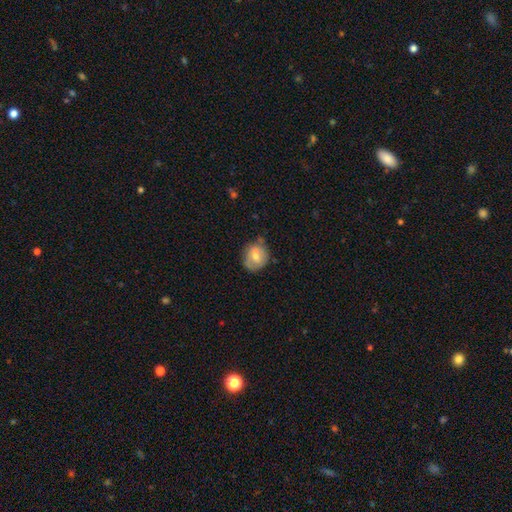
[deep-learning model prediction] Q: Smooth or featured?
A: smooth (62%); runner-up: featured or disk (31%)
Q: How rounded?
A: round (66%); runner-up: in between (32%)
Q: Merging?
A: none (60%); runner-up: minor disturbance (29%)